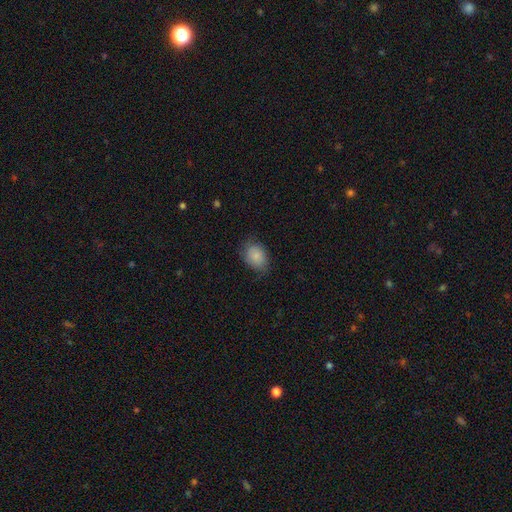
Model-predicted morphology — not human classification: The model was most divided on "how rounded": in between: 64%, round: 35%, cigar-shaped: 1%. More confident: smooth or featured — smooth (83%); merging — none (68%).